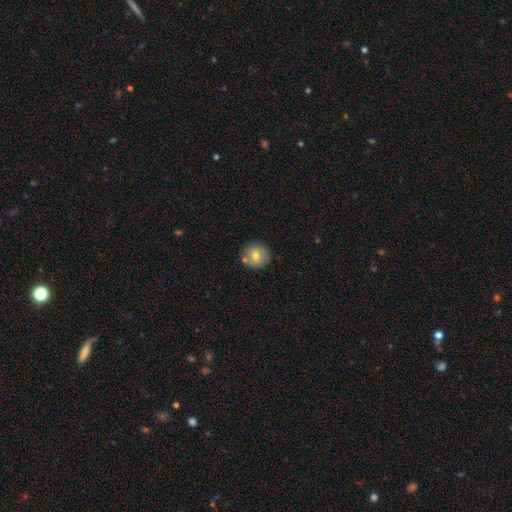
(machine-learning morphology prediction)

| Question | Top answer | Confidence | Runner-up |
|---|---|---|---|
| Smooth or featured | smooth | 70% | featured or disk (20%) |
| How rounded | round | 91% | in between (8%) |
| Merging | none | 77% | merger (10%) |